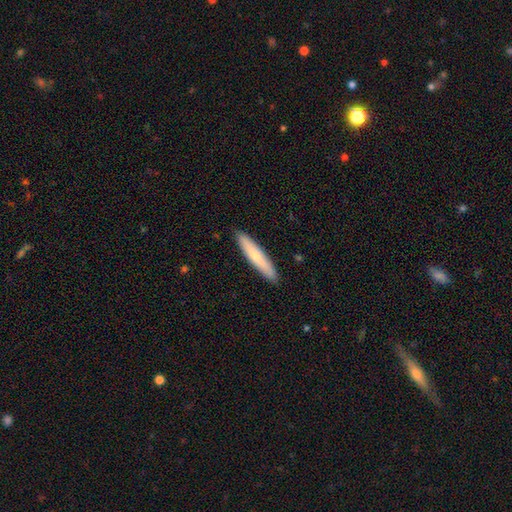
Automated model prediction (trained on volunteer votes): Smooth or featured: smooth — 69% (featured or disk — 26%)
How rounded: cigar-shaped — 90% (in between — 8%)
Merging: none — 91% (minor disturbance — 7%)